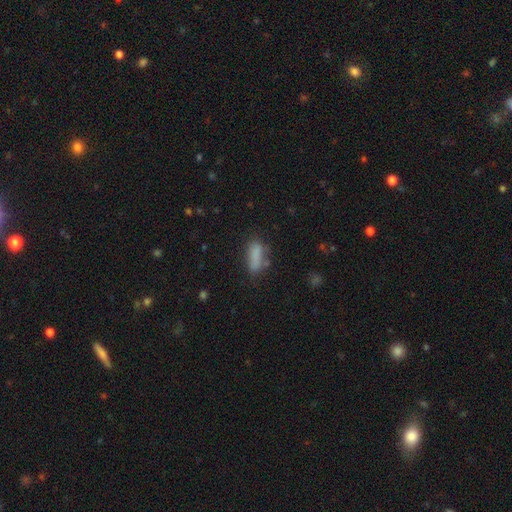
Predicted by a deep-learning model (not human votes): Smooth or featured?
  - smooth: 82% *
  - star or artifact: 10%
  - featured or disk: 8%
How rounded?
  - in between: 63% *
  - cigar-shaped: 34%
  - round: 3%
Merging?
  - none: 63% *
  - minor disturbance: 22%
  - major disturbance: 9%
  - merger: 7%